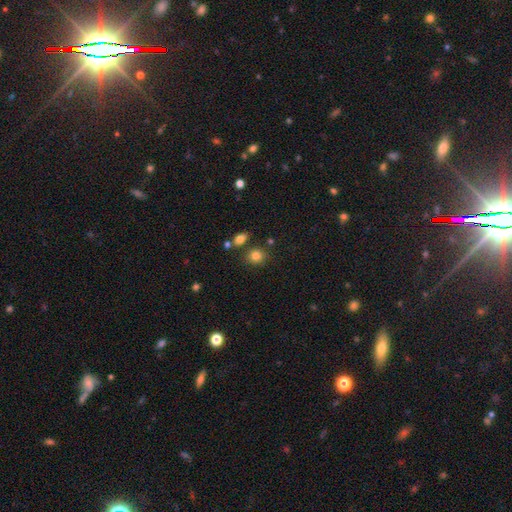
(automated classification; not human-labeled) This is clearly a smooth galaxy (82%). How rounded: likely round (69%). Merging: likely none (75%).